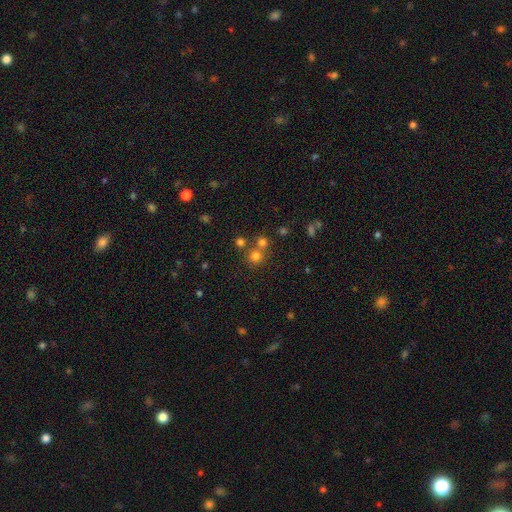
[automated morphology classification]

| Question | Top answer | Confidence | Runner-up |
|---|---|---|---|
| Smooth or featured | smooth | 71% | star or artifact (21%) |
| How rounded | round | 91% | in between (8%) |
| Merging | none | 65% | merger (26%) |